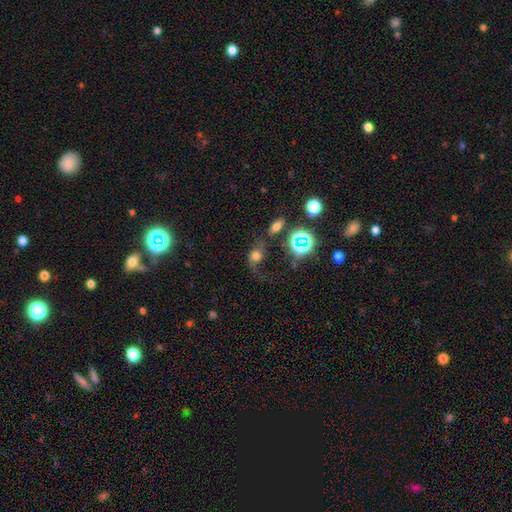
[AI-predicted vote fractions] This appears to be a featured or disk galaxy (48%). Merging: none (42%).